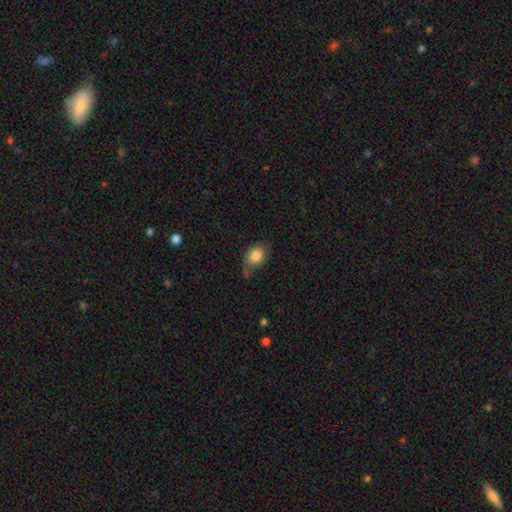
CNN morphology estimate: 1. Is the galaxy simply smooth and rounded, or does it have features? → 84% smooth, 9% star or artifact, 7% featured or disk.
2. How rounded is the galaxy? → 56% in between, 43% round, 1% cigar-shaped.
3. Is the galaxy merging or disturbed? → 59% none, 27% minor disturbance, 9% major disturbance, 6% merger.